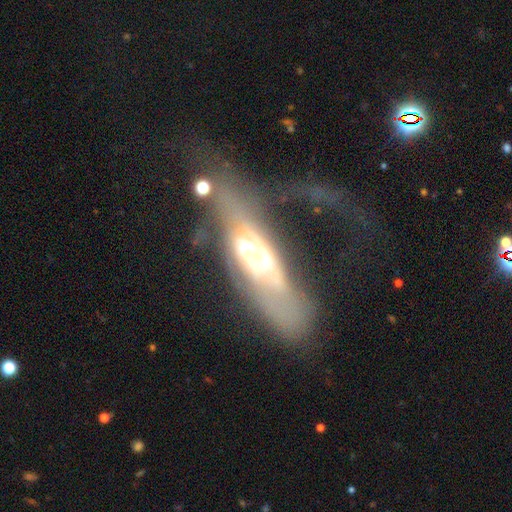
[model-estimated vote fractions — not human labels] Q: Smooth or featured?
A: featured or disk (70%); runner-up: smooth (22%)
Q: Edge-on disk?
A: no (71%); runner-up: yes (29%)
Q: Merging?
A: major disturbance (61%); runner-up: none (16%)